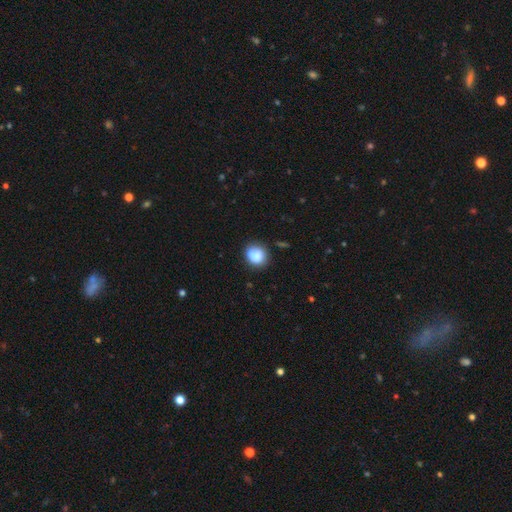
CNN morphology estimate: This is clearly a smooth galaxy (81%). How rounded: likely round (78%). Merging: likely none (63%).